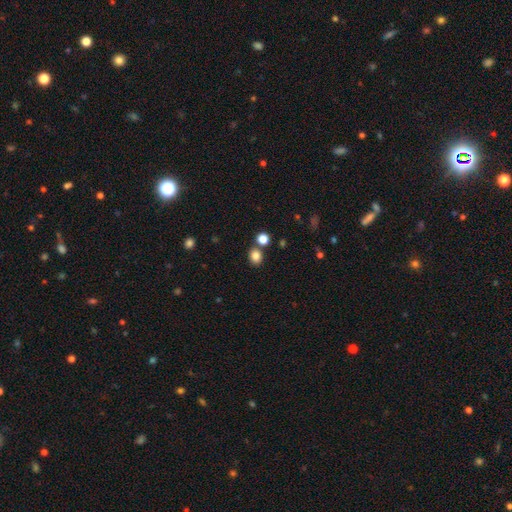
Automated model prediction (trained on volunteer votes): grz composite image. It shows a smooth galaxy with no disk features (83%) that is round (65%). Merging: none (74%).